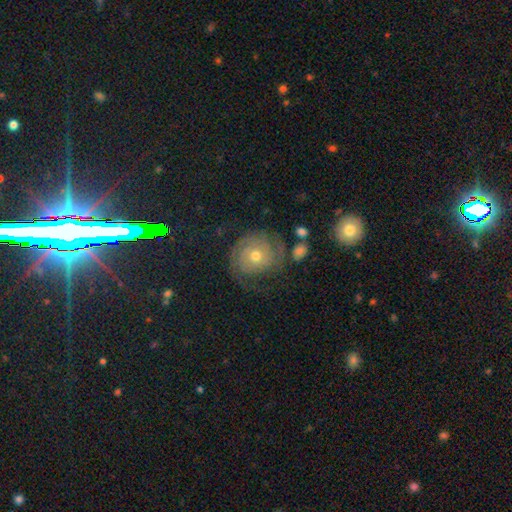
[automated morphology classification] Smooth or featured?
  - featured or disk: 77% *
  - smooth: 14%
  - star or artifact: 9%
Edge-on disk?
  - no: 98% *
  - yes: 2%
Bar?
  - no: 81% *
  - weak: 16%
  - strong: 4%
Spiral arms?
  - yes: 93% *
  - no: 7%
Spiral winding?
  - tight: 68% *
  - medium: 24%
  - loose: 8%
Spiral arm count?
  - 2: 47% *
  - can't tell: 22%
  - 3: 14%
  - 1: 6%
  - 4: 5%
  - more than 4: 5%
Bulge size?
  - moderate: 62% *
  - small: 33%
  - large: 2%
  - none: 1%
  - dominant: 1%
Merging?
  - none: 68% *
  - minor disturbance: 17%
  - major disturbance: 12%
  - merger: 3%